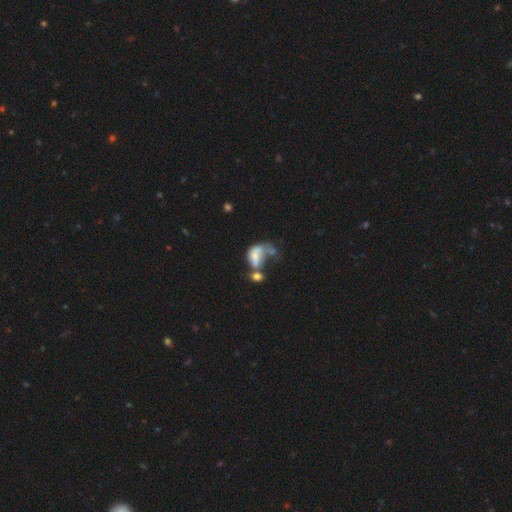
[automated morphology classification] Smooth or featured? Predicted: smooth (p=0.46). Merging? Predicted: merger (p=0.48).